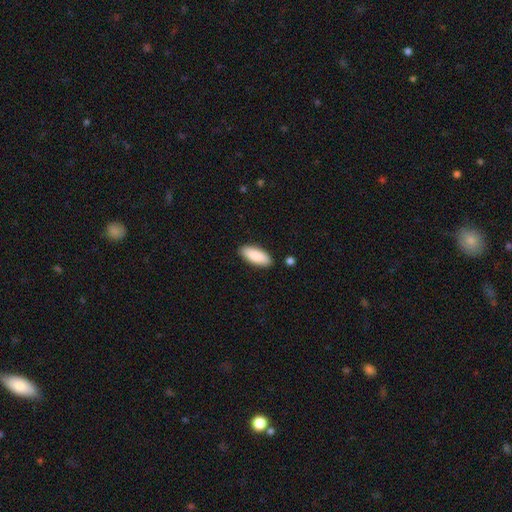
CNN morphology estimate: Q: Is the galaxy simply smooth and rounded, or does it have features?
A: smooth — 88%.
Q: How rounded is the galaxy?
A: in between — 79%.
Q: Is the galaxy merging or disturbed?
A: none — 87%.